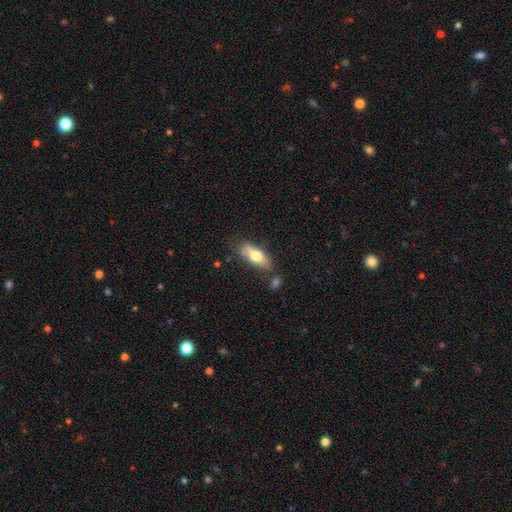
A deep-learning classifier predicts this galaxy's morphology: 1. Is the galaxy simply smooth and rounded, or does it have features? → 66% smooth, 27% featured or disk, 7% star or artifact.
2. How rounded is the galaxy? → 71% in between, 26% cigar-shaped, 3% round.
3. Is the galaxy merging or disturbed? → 64% none, 21% minor disturbance, 9% merger, 6% major disturbance.